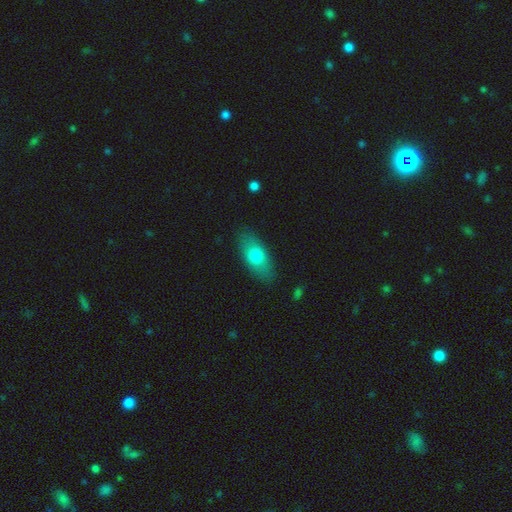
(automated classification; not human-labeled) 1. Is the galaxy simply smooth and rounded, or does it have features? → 74% smooth, 19% featured or disk, 7% star or artifact.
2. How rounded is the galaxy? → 82% in between, 13% cigar-shaped, 5% round.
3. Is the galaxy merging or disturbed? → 84% none, 12% minor disturbance, 3% major disturbance, 1% merger.